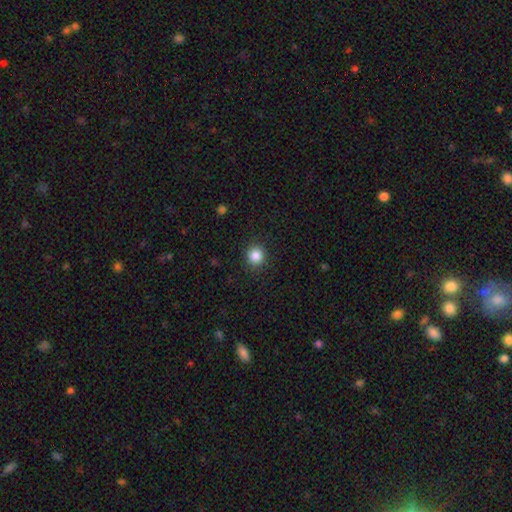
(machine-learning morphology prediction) Overall: smooth (86%). How rounded: round (91%). Merging: none (90%).